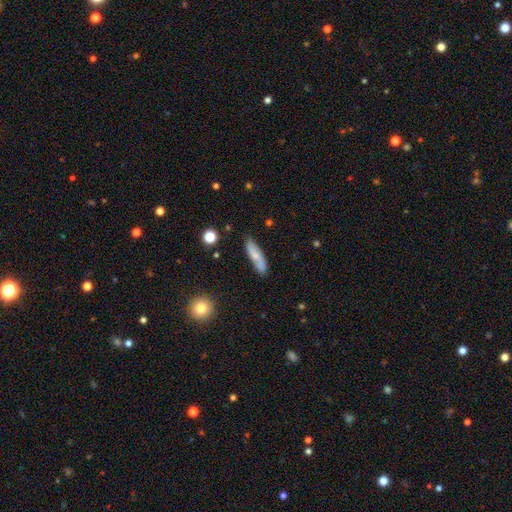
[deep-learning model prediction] Smooth or featured? smooth (62%)
How rounded? cigar-shaped (65%)
Merging? none (77%)